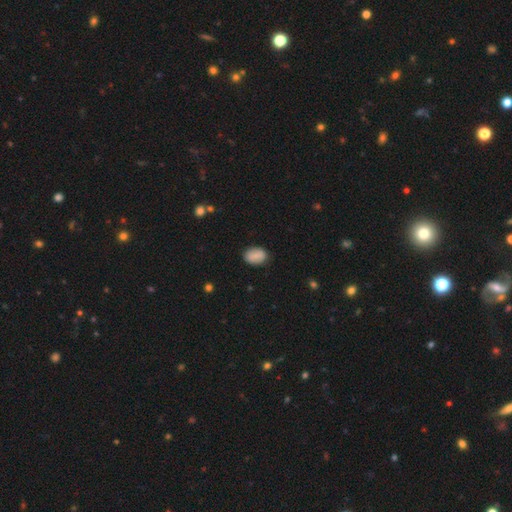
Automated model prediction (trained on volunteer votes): smooth_or_featured: smooth (p=0.84) [alt: featured or disk p=0.08]
how_rounded: in between (p=0.80) [alt: round p=0.18]
merging: none (p=0.85) [alt: minor disturbance p=0.11]